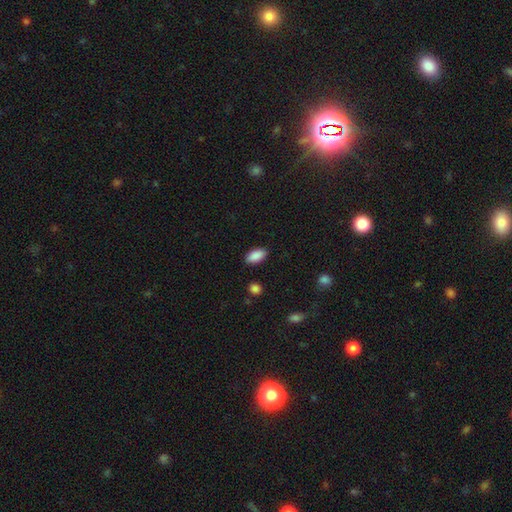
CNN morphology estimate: This is clearly a smooth galaxy (89%). How rounded: clearly in between (93%). Merging: clearly none (87%).